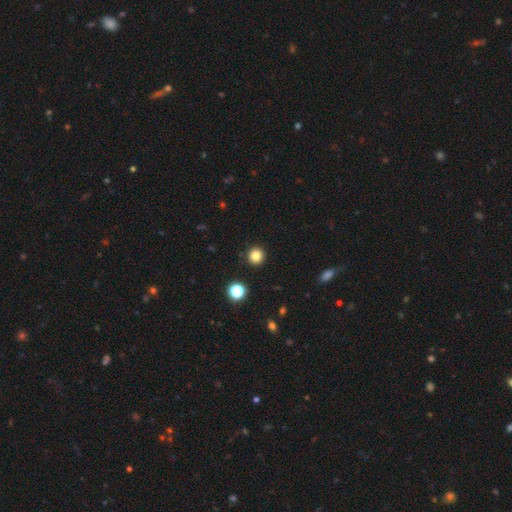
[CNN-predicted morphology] Q: Smooth or featured?
A: smooth (83%); runner-up: star or artifact (13%)
Q: How rounded?
A: round (94%); runner-up: in between (5%)
Q: Merging?
A: none (92%); runner-up: minor disturbance (5%)